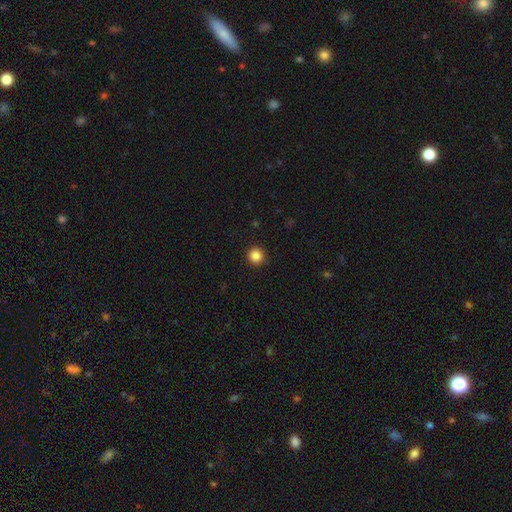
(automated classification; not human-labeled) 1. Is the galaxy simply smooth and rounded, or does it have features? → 86% smooth, 11% star or artifact, 3% featured or disk.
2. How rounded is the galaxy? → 95% round, 4% in between, 1% cigar-shaped.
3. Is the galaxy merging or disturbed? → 92% none, 5% minor disturbance, 2% major disturbance, 1% merger.